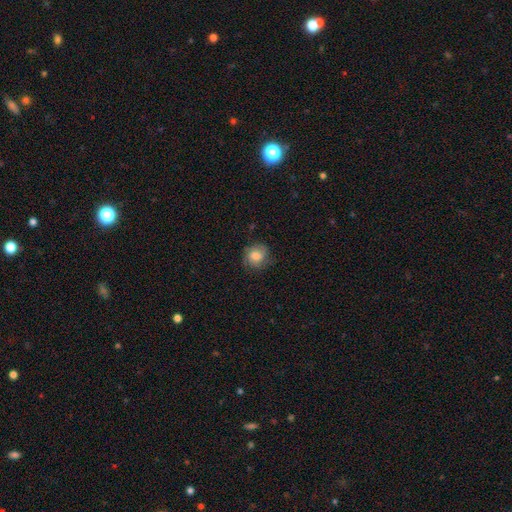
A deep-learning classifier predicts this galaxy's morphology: smooth 67%, featured or disk 24%, star or artifact 9%. Down the decision tree: how rounded — round (78%); merging — none (73%).